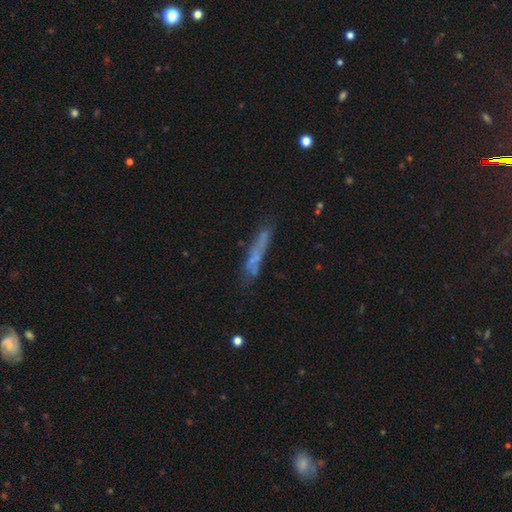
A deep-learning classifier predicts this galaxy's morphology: Q: Smooth or featured?
A: smooth (52%); runner-up: featured or disk (36%)
Q: How rounded?
A: cigar-shaped (90%); runner-up: in between (8%)
Q: Merging?
A: none (67%); runner-up: minor disturbance (20%)